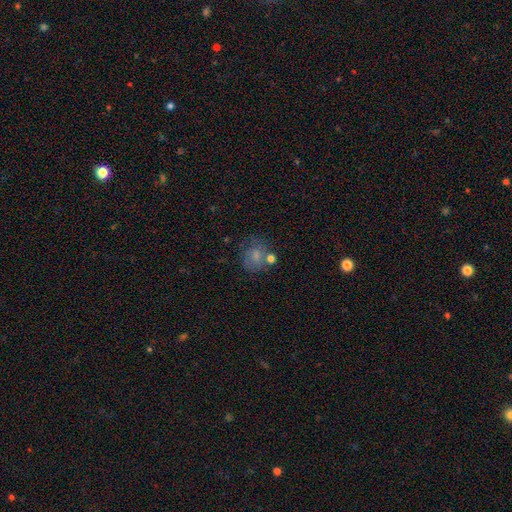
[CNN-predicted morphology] Overall: smooth (68%). How rounded: round (72%). Merging: none (52%; minor disturbance 20%).